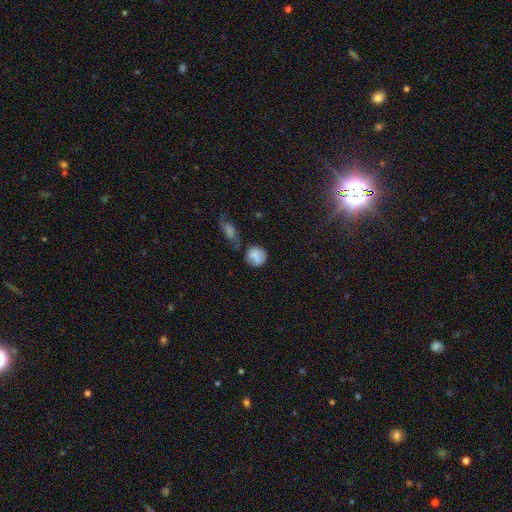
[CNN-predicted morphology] Overall: smooth (78%). How rounded: round (80%). Merging: none (52%; minor disturbance 23%).